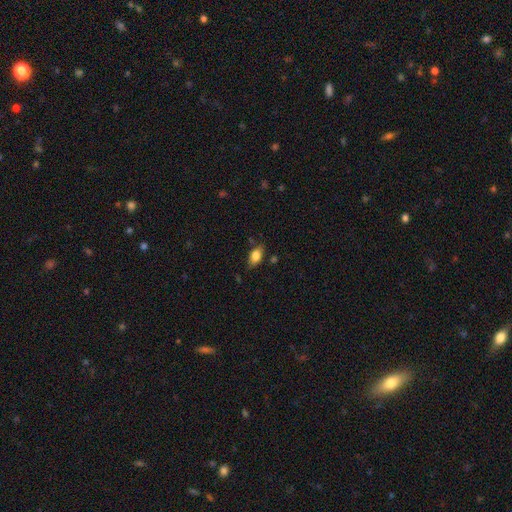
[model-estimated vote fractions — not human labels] Morphology: type=smooth (79%); roundness=in between (87%); merging=none (74%).